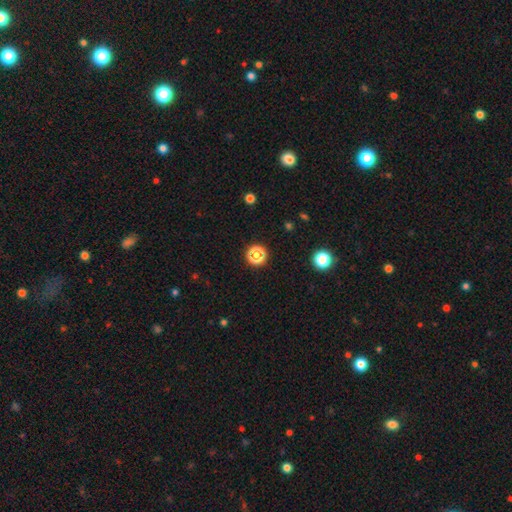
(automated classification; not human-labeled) Smooth or featured? Predicted: smooth (p=0.55). How rounded? Predicted: round (p=0.90). Merging? Predicted: none (p=0.84).